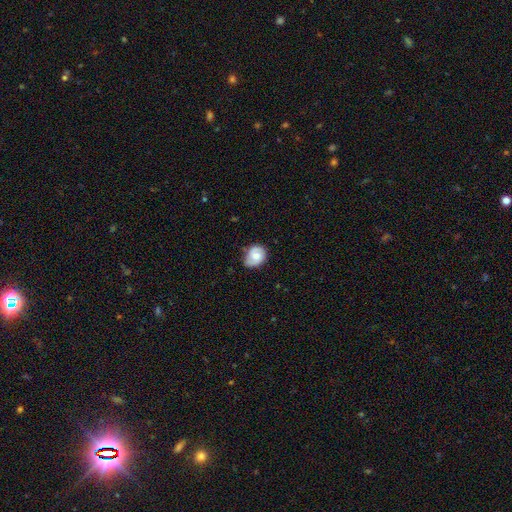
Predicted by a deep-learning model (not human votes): smooth 59%, featured or disk 34%, star or artifact 7%. Down the decision tree: how rounded — round (52%); merging — none (58%).